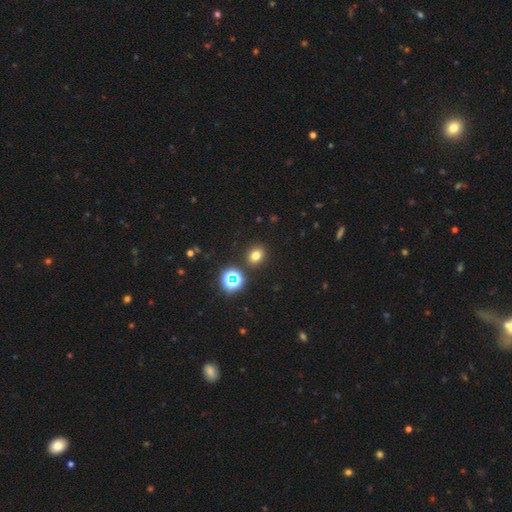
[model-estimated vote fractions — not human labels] Smooth or featured? smooth (72%)
How rounded? round (69%)
Merging? none (87%)